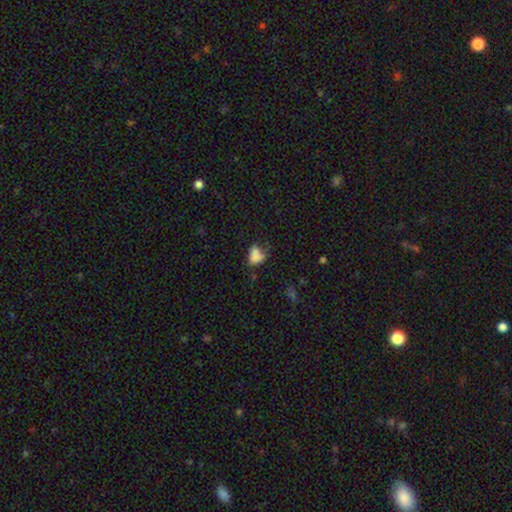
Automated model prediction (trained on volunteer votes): Morphology: type=smooth (75%); roundness=in between (79%); merging=none (33%).